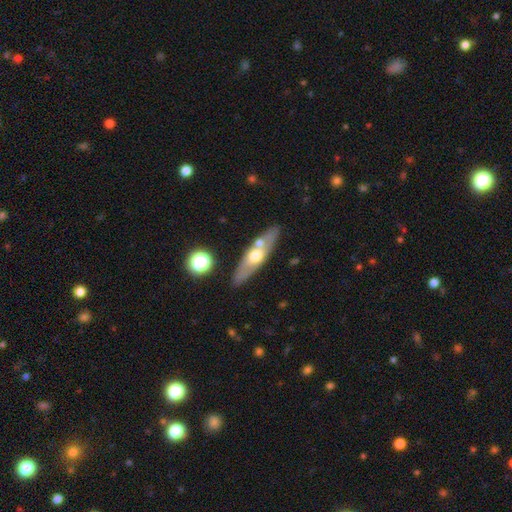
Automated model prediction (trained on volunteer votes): A featured or disk galaxy (52%) viewed edge-on (64%). Merging: none (78%).